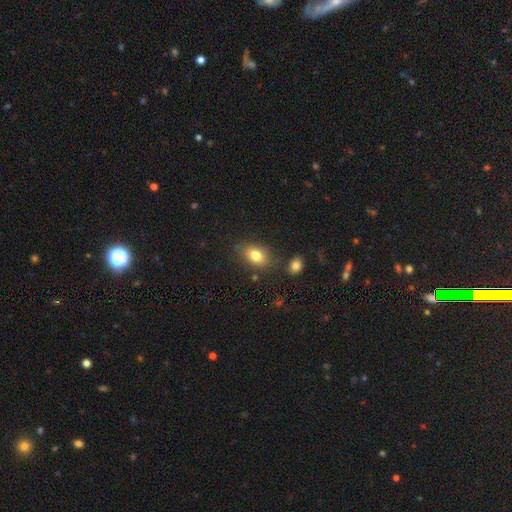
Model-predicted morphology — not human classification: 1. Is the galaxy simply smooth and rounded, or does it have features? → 80% smooth, 10% featured or disk, 10% star or artifact.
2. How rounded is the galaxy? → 82% in between, 16% round, 2% cigar-shaped.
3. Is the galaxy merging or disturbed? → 75% none, 15% minor disturbance, 6% merger, 4% major disturbance.